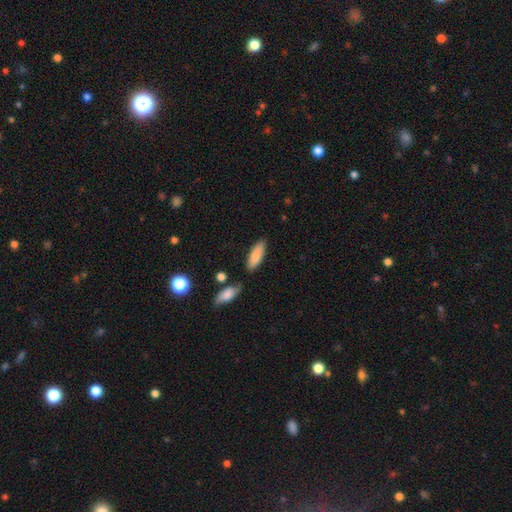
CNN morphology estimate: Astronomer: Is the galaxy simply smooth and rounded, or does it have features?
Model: smooth — 81%.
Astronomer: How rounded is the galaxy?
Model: in between — 65%.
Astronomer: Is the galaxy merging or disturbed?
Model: none — 79%.